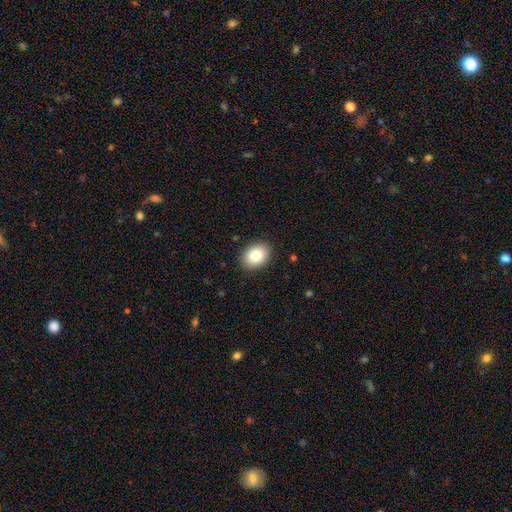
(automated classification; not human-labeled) smooth-or-featured: smooth: 83% | featured or disk: 9% | star or artifact: 8%
  how-rounded: in between: 69% | round: 30% | cigar-shaped: 1%
  merging: none: 89% | minor disturbance: 8% | major disturbance: 2% | merger: 1%